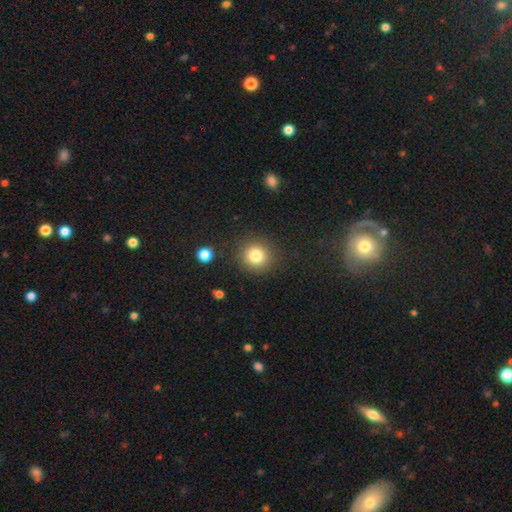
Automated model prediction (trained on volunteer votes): A smooth galaxy with no disk features (81%) that is round (92%).

Vote fractions:
- Smooth or featured? smooth: 81% / star or artifact: 12% / featured or disk: 7%
- How rounded? round: 92% / in between: 8% / cigar-shaped: 1%
- Merging? none: 87% / minor disturbance: 7% / major disturbance: 3% / merger: 2%